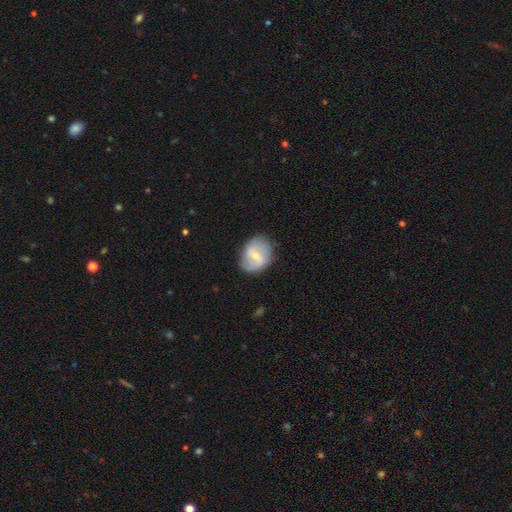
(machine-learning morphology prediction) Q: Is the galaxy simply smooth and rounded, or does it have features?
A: featured or disk — 65%.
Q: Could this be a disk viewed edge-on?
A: no — 97%.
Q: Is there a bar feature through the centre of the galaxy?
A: weak — 55%.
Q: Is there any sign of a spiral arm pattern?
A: yes — 83%.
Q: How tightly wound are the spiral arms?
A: medium — 42%.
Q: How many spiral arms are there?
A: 2 — 81%.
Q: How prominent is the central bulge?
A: small — 57%.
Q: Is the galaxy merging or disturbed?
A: none — 75%.